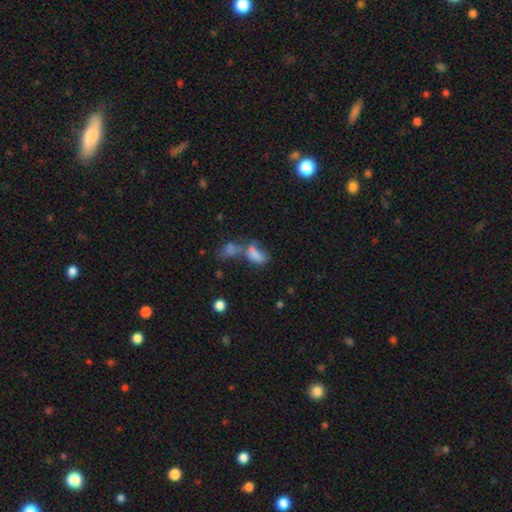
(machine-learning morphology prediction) smooth 70%, featured or disk 16%, star or artifact 14%. Down the decision tree: how rounded — in between (85%); merging — merger (56%).